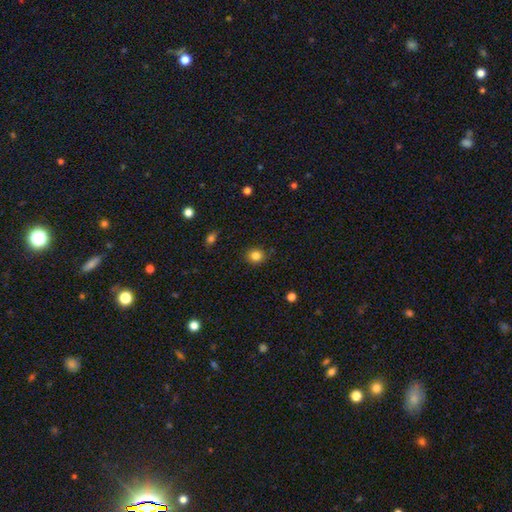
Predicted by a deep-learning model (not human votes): Smooth or featured: smooth — 83% (star or artifact — 12%)
How rounded: round — 81% (in between — 18%)
Merging: none — 88% (minor disturbance — 8%)